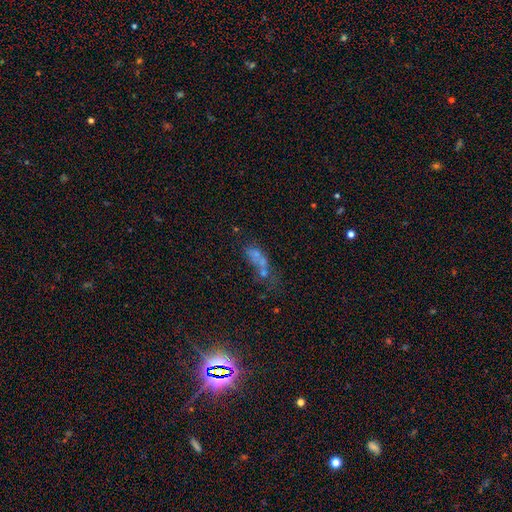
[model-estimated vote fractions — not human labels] Overall: smooth (42%; featured or disk 33%). Merging: merger (45%; none 26%).